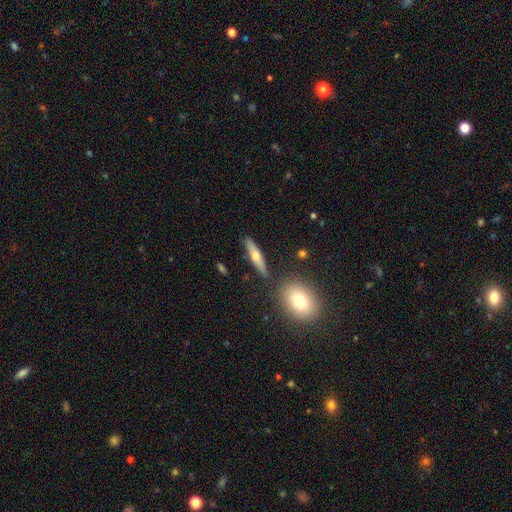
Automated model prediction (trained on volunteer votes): smooth_or_featured: smooth (p=0.47) [tied with: featured or disk p=0.47]
merging: none (p=0.84) [alt: minor disturbance p=0.09]